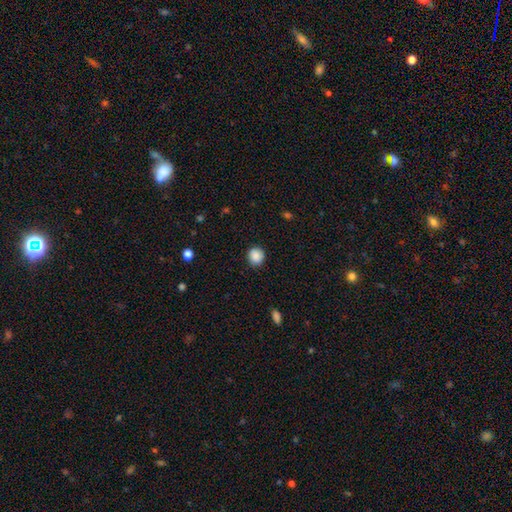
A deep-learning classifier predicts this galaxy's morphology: type=smooth (88%); roundness=round (84%); merging=none (89%).